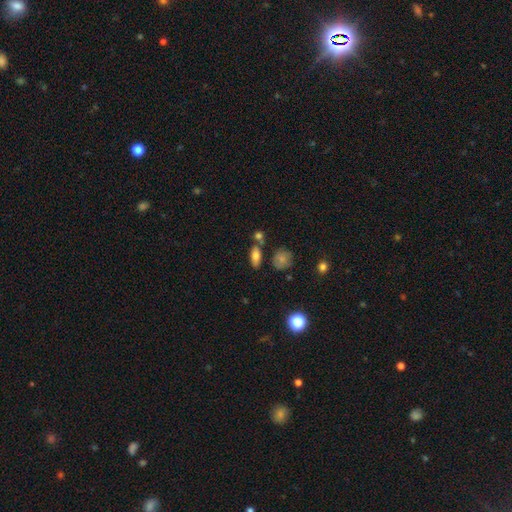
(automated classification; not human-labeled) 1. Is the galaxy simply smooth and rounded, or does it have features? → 76% smooth, 15% featured or disk, 9% star or artifact.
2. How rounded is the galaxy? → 79% in between, 13% cigar-shaped, 7% round.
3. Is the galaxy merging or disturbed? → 67% none, 16% merger, 13% minor disturbance, 4% major disturbance.